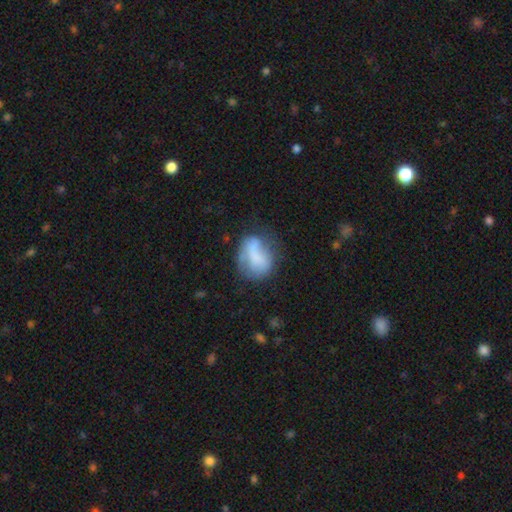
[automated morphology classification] Smooth or featured? smooth (57%)
How rounded? in between (62%)
Merging? none (39%)